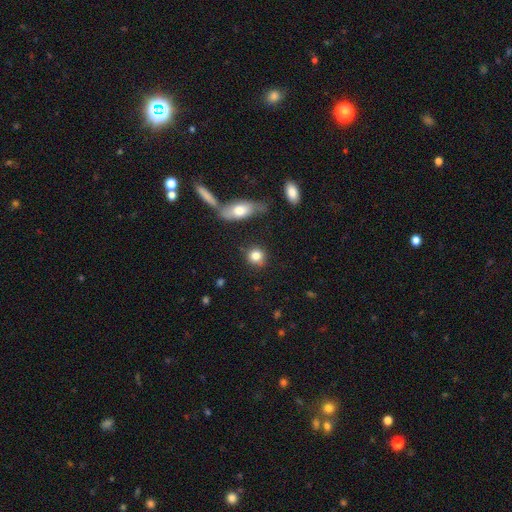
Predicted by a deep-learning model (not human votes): smooth-or-featured: smooth: 83% | star or artifact: 9% | featured or disk: 8%
  how-rounded: round: 81% | in between: 16% | cigar-shaped: 2%
  merging: none: 79% | minor disturbance: 11% | merger: 6% | major disturbance: 4%